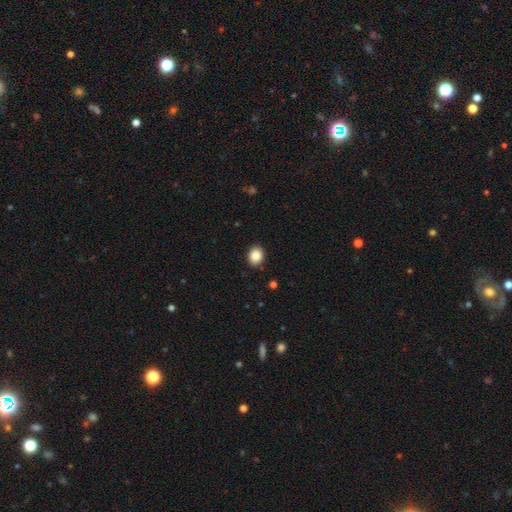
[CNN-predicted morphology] This appears to be a smooth galaxy with no disk features (86%) that is round (52%). Merging: none (91%).